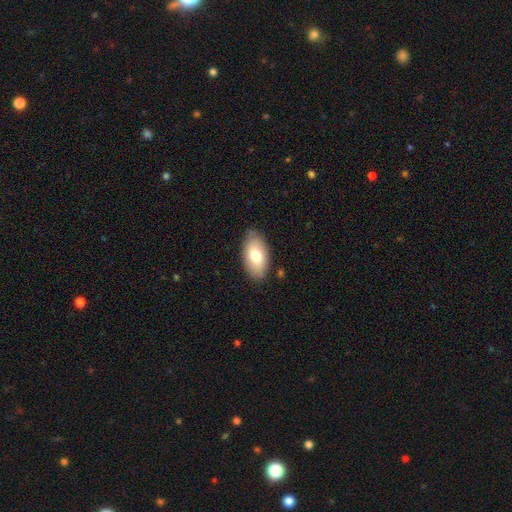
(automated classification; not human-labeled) Smooth or featured? smooth (73%)
How rounded? in between (94%)
Merging? none (82%)